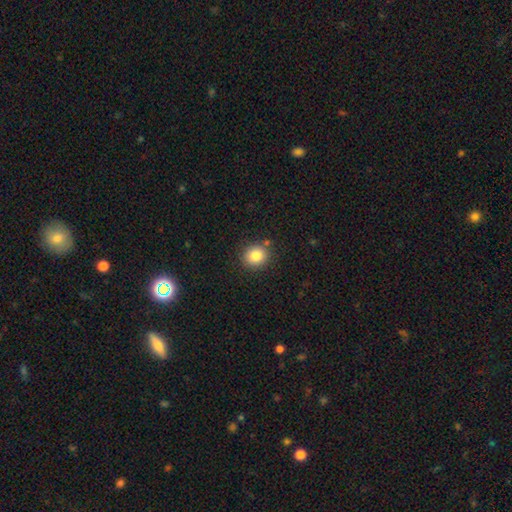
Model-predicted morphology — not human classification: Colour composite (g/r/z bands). It shows a smooth galaxy with no disk features (83%) that is round (81%). Merging: none (85%).